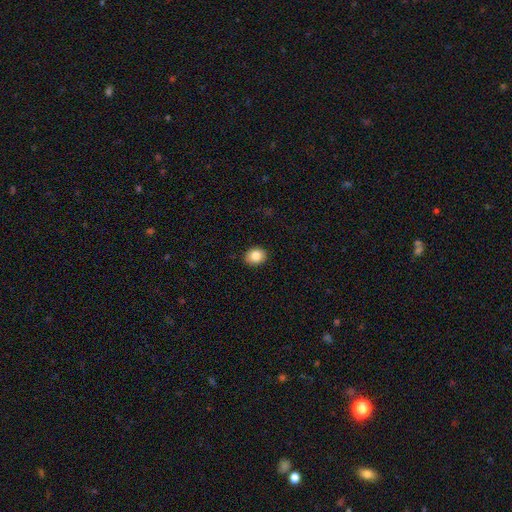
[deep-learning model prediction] A smooth galaxy with no disk features (85%) that is round (58%).

Vote fractions:
- Smooth or featured? smooth: 85% / star or artifact: 9% / featured or disk: 6%
- How rounded? round: 58% / in between: 41% / cigar-shaped: 1%
- Merging? none: 90% / minor disturbance: 7% / major disturbance: 2% / merger: 1%